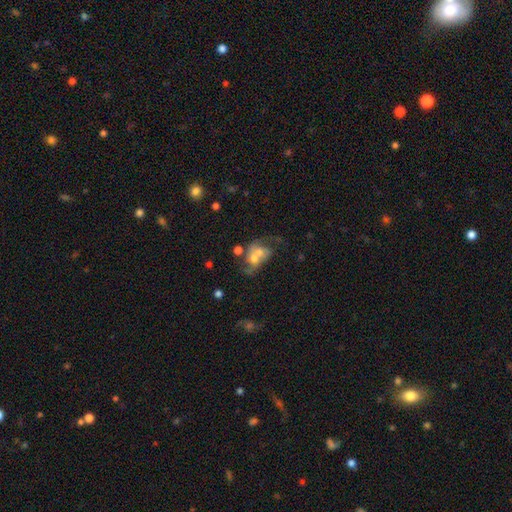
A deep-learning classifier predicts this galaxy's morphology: Smooth or featured?
  - featured or disk: 51% *
  - smooth: 38%
  - star or artifact: 11%
Edge-on disk?
  - no: 97% *
  - yes: 3%
Merging?
  - merger: 60% *
  - none: 17%
  - major disturbance: 15%
  - minor disturbance: 9%